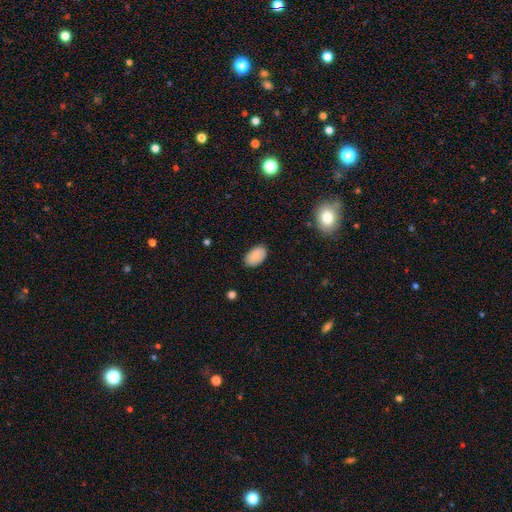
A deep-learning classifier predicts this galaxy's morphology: A smooth galaxy with no disk features (85%) that is in between round and cigar-shaped (93%).

Vote fractions:
- Smooth or featured? smooth: 85% / featured or disk: 7% / star or artifact: 7%
- How rounded? in between: 93% / round: 6% / cigar-shaped: 1%
- Merging? none: 83% / minor disturbance: 13% / major disturbance: 3% / merger: 1%